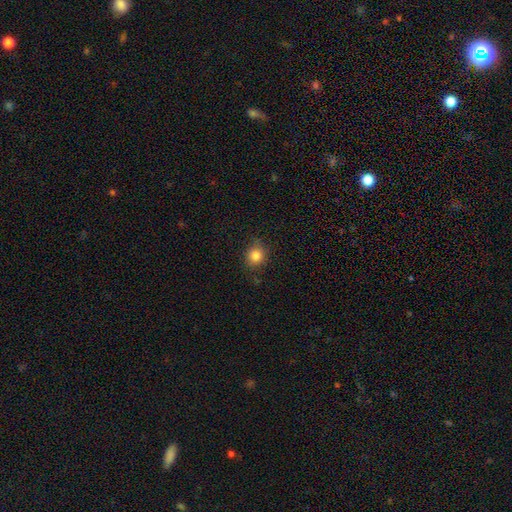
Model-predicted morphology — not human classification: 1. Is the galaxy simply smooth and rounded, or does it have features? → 84% smooth, 11% star or artifact, 5% featured or disk.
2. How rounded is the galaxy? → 77% round, 22% in between, 1% cigar-shaped.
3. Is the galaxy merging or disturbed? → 81% none, 15% minor disturbance, 3% major disturbance, 1% merger.